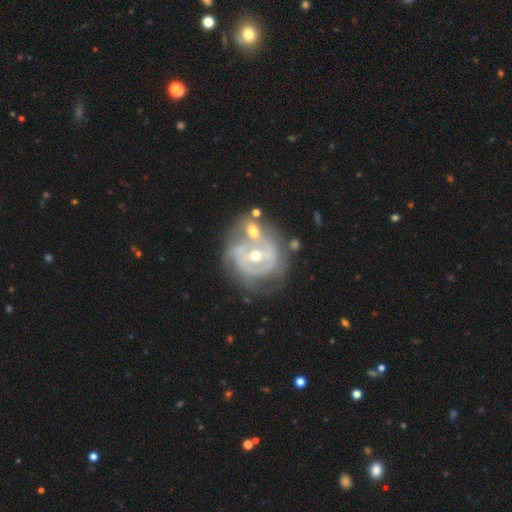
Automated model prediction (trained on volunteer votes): Smooth or featured? featured or disk (80%)
Edge-on disk? no (97%)
Bar? no (49%)
Spiral arms? yes (74%)
Spiral winding? tight (61%)
Spiral arm count? can't tell (37%)
Bulge size? moderate (56%)
Merging? merger (35%, tied with none)